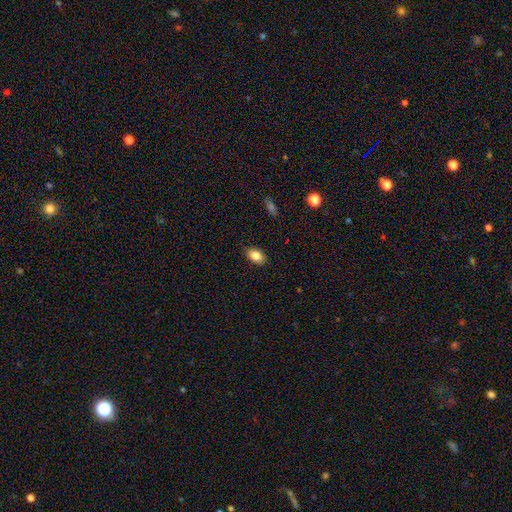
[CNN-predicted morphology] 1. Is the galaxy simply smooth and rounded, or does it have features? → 85% smooth, 8% star or artifact, 7% featured or disk.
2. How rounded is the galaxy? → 89% in between, 9% round, 2% cigar-shaped.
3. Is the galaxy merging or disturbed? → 87% none, 10% minor disturbance, 2% major disturbance, 1% merger.